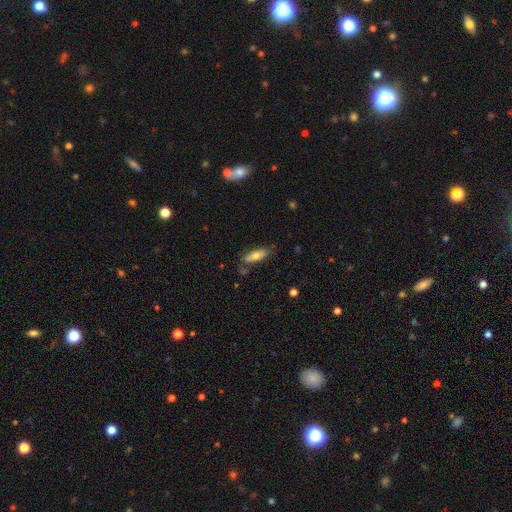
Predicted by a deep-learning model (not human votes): A smooth galaxy with no disk features (64%) that is in between round and cigar-shaped (62%). Merging: none (71%).